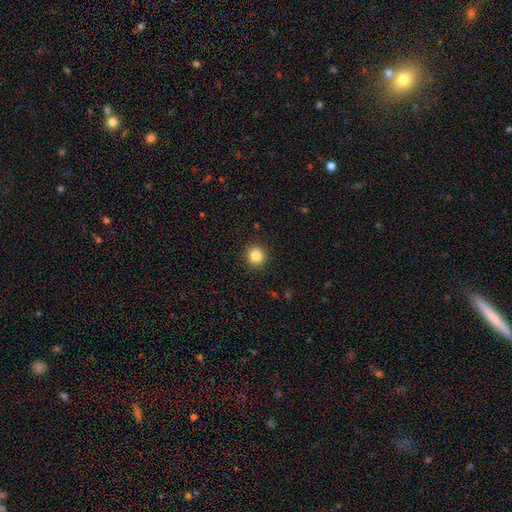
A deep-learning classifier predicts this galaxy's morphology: Smooth or featured?
  - smooth: 84% *
  - star or artifact: 11%
  - featured or disk: 5%
How rounded?
  - round: 94% *
  - in between: 5%
  - cigar-shaped: 1%
Merging?
  - none: 92% *
  - minor disturbance: 5%
  - major disturbance: 2%
  - merger: 1%